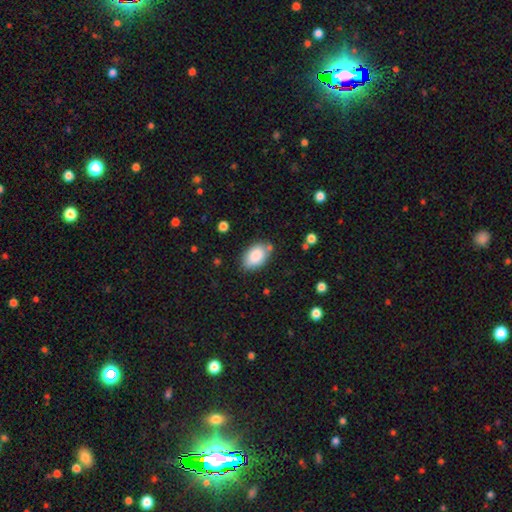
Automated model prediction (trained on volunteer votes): Smooth or featured: smooth — 86% (featured or disk — 7%)
How rounded: in between — 90% (round — 8%)
Merging: none — 79% (minor disturbance — 15%)